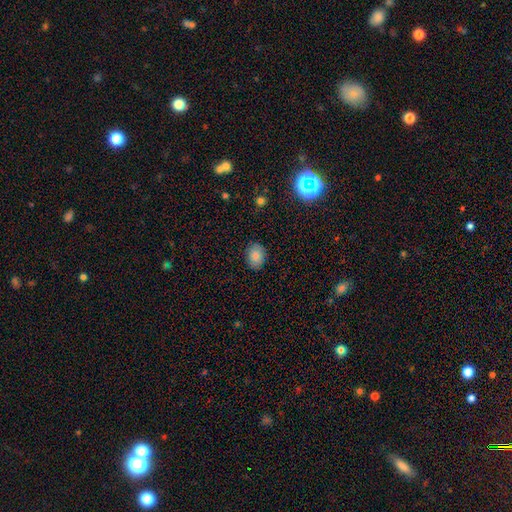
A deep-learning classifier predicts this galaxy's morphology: Smooth or featured: smooth — 84% (star or artifact — 9%)
How rounded: in between — 67% (round — 32%)
Merging: none — 87% (minor disturbance — 10%)